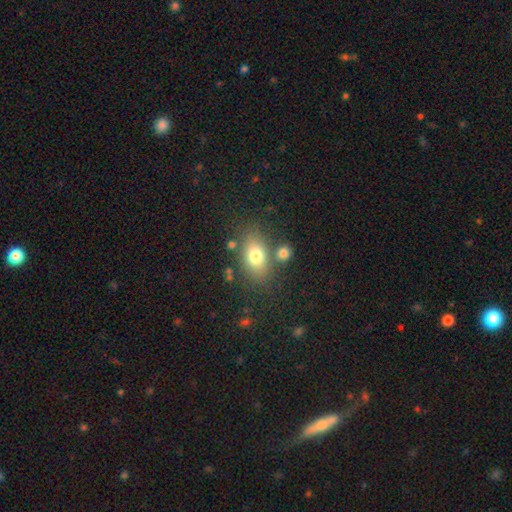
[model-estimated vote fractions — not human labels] Smooth or featured? smooth (75%)
How rounded? in between (81%)
Merging? none (70%)